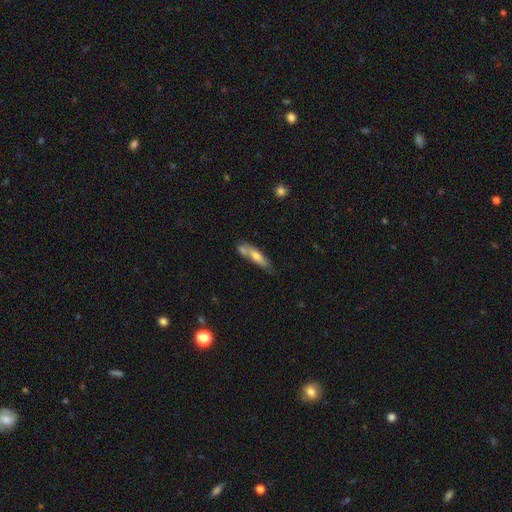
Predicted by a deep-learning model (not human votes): Q: Smooth or featured?
A: smooth (59%); runner-up: featured or disk (34%)
Q: How rounded?
A: cigar-shaped (70%); runner-up: in between (28%)
Q: Merging?
A: none (49%); runner-up: merger (24%)